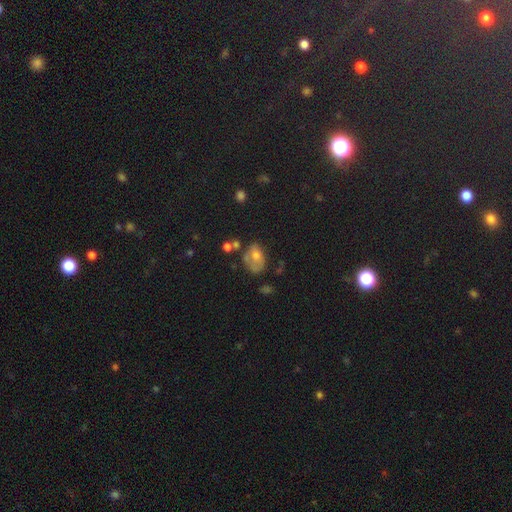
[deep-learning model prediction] The model was most divided on "merging": none: 36%, minor disturbance: 30%, major disturbance: 22%, merger: 11%. More confident: how rounded — in between (73%); smooth or featured — smooth (55%).